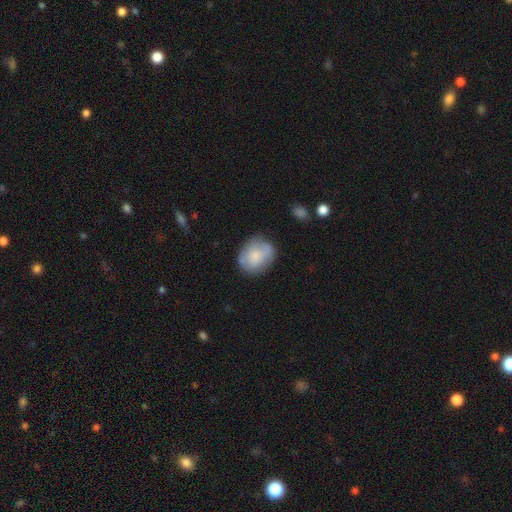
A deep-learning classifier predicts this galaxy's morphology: Smooth or featured? smooth (64%)
How rounded? round (58%)
Merging? none (67%)